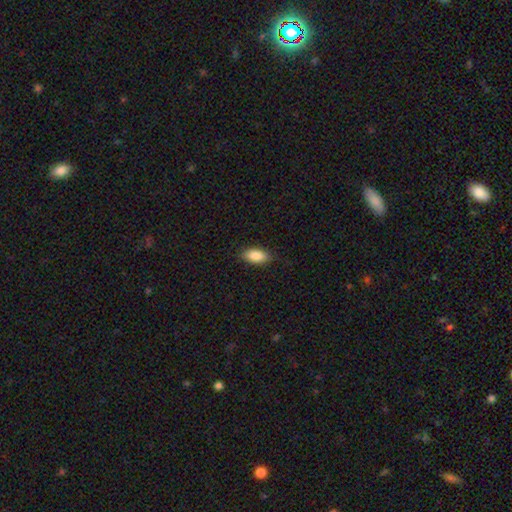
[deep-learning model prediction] A smooth galaxy with no disk features (88%) that is in between round and cigar-shaped (90%).

Vote fractions:
- Smooth or featured? smooth: 88% / star or artifact: 7% / featured or disk: 6%
- How rounded? in between: 90% / cigar-shaped: 7% / round: 3%
- Merging? none: 86% / minor disturbance: 11% / major disturbance: 2% / merger: 1%